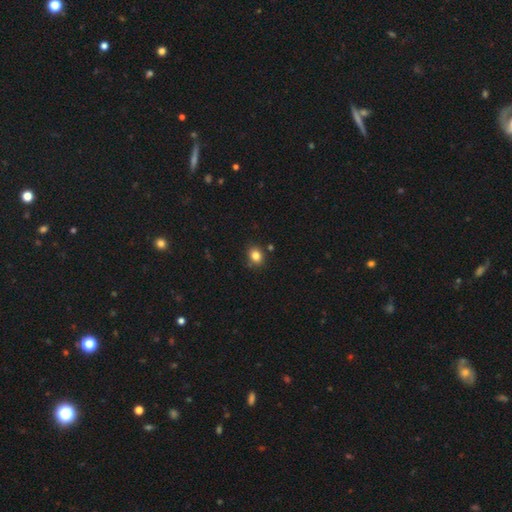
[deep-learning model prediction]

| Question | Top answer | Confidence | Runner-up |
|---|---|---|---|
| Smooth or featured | smooth | 83% | star or artifact (11%) |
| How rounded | round | 52% | in between (48%) |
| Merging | none | 84% | minor disturbance (10%) |